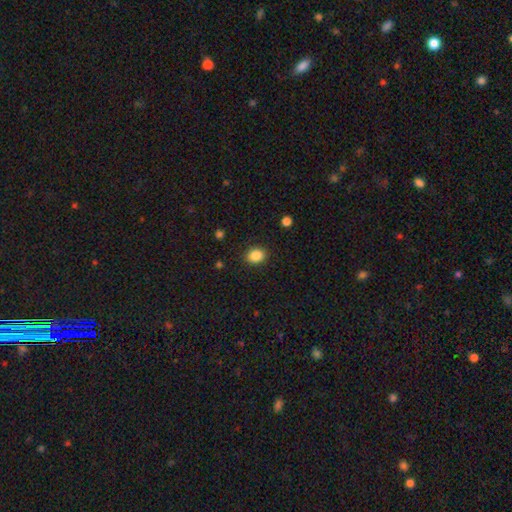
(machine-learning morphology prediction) The model was most divided on "how rounded": round: 51%, in between: 49%, cigar-shaped: 1%. More confident: merging — none (88%); smooth or featured — smooth (87%).